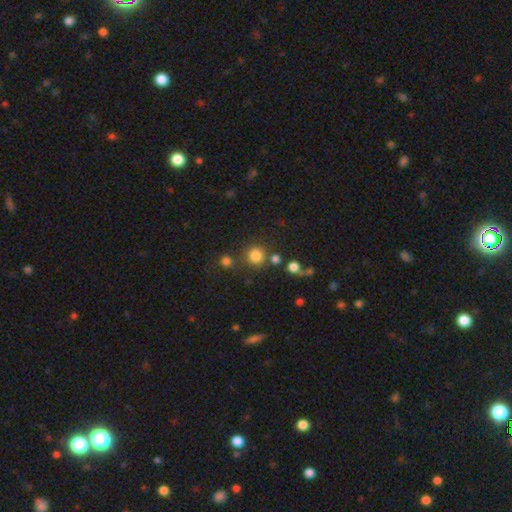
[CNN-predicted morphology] This appears to be a smooth galaxy with no disk features (80%) that is round (92%). Merging: none (77%).